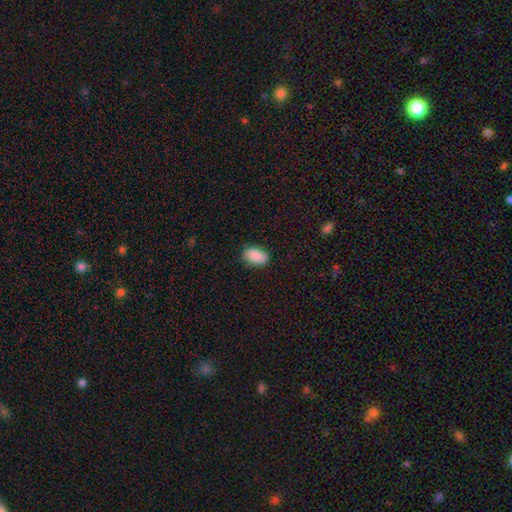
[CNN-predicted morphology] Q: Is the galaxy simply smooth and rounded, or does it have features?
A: smooth — 88%.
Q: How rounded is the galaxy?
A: in between — 88%.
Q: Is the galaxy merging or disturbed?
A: none — 83%.